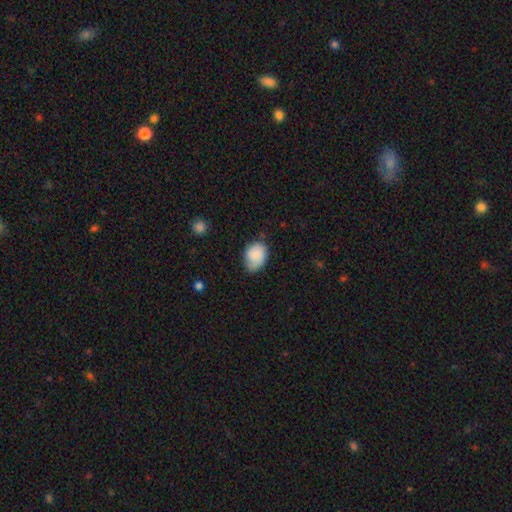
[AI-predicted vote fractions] This appears to be a smooth galaxy with no disk features (80%) that is in between round and cigar-shaped (71%). Merging: none (54%).